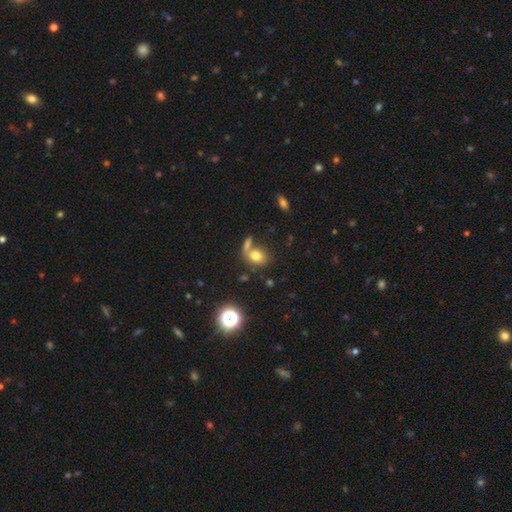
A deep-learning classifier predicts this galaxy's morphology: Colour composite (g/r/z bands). It shows a smooth galaxy with no disk features (75%) that is in between round and cigar-shaped (50%). Merging: none (52%).